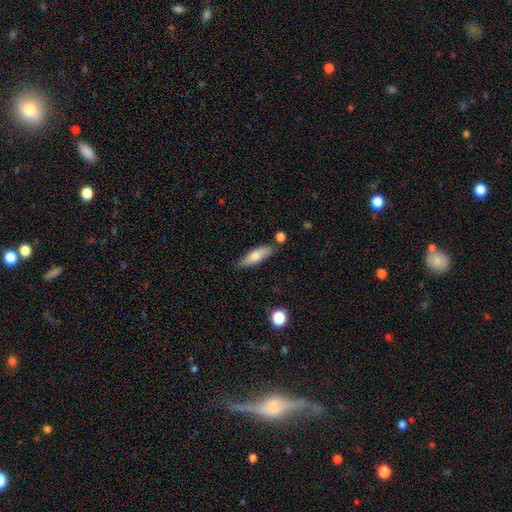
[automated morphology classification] This appears to be a smooth galaxy with no disk features (72%) that is cigar-shaped (51%). Merging: none (75%).